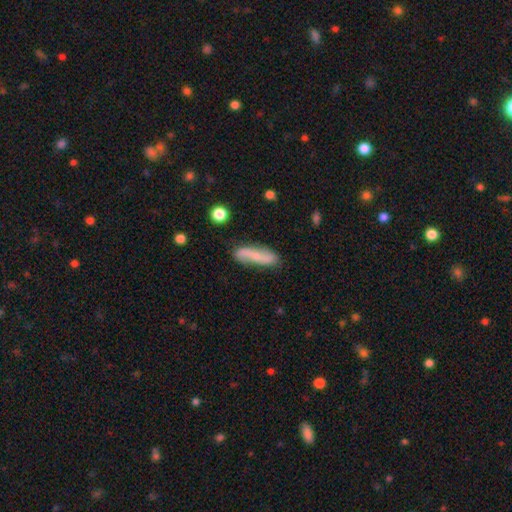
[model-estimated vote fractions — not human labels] Smooth or featured: featured or disk — 47% (smooth — 46%)
Merging: none — 76% (minor disturbance — 16%)